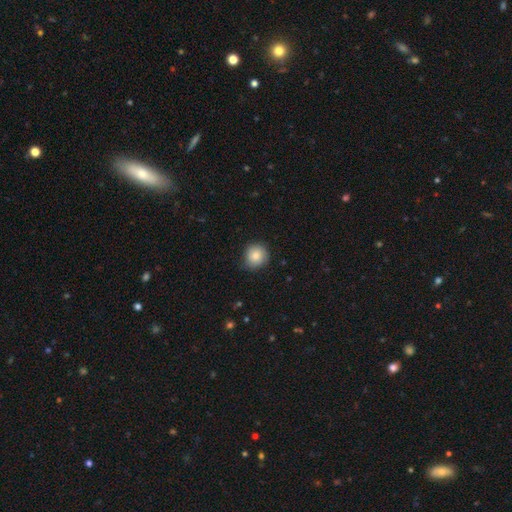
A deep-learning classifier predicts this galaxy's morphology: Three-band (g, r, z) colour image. It shows a smooth galaxy with no disk features (80%) that is round (92%). Merging: none (80%).